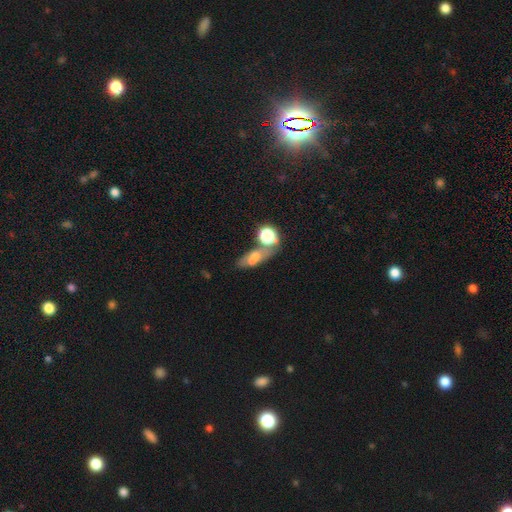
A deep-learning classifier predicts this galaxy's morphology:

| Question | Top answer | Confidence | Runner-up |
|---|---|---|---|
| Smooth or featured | smooth | 50% | featured or disk (29%) |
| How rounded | in between | 54% | round (26%) |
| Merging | none | 43% | merger (31%) |